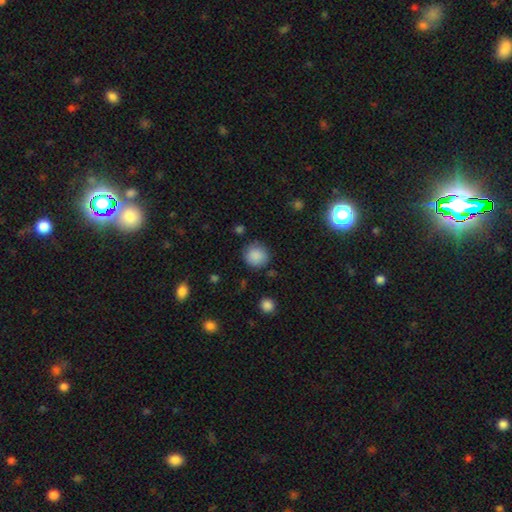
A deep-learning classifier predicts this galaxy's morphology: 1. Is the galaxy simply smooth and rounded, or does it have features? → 87% smooth, 9% star or artifact, 4% featured or disk.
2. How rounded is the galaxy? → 90% round, 9% in between, 1% cigar-shaped.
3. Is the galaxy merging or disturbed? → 84% none, 11% minor disturbance, 3% major disturbance, 2% merger.